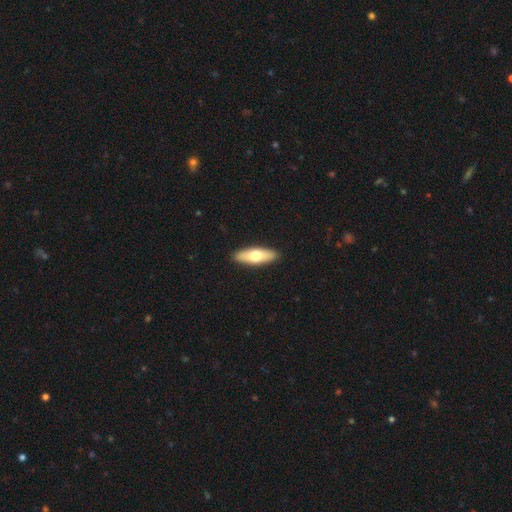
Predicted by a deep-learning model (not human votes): This is likely a smooth galaxy (64%). How rounded: possibly in between (57%). Merging: clearly none (91%).